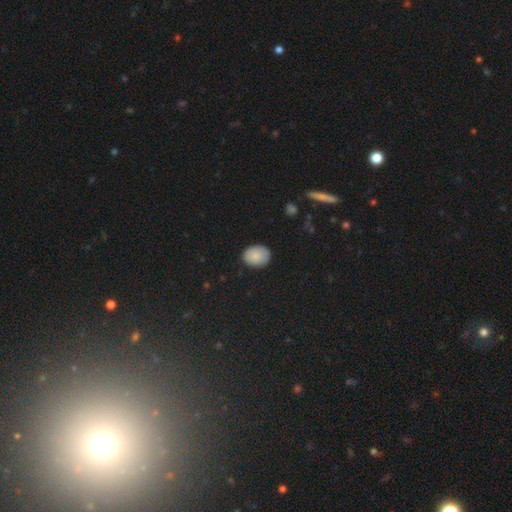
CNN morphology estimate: A smooth galaxy with no disk features (85%) that is in between round and cigar-shaped (62%). Merging: none (85%).